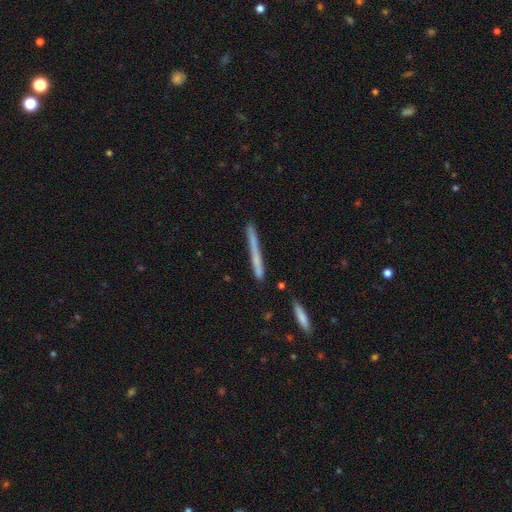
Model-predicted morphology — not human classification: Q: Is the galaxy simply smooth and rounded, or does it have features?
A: smooth — 57%.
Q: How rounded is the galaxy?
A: cigar-shaped — 97%.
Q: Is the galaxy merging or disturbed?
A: none — 85%.